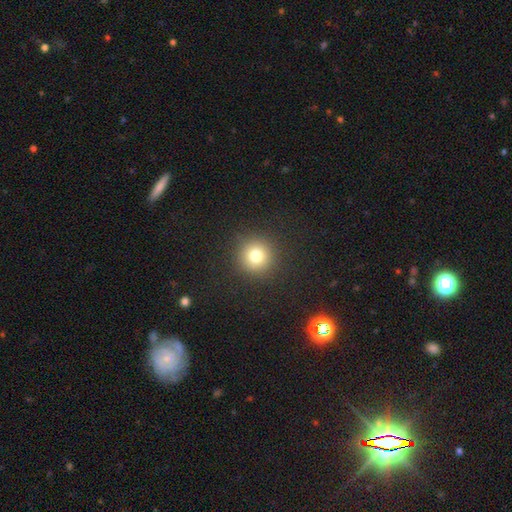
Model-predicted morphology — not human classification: A smooth galaxy with no disk features (78%) that is round (95%). Merging: none (91%).